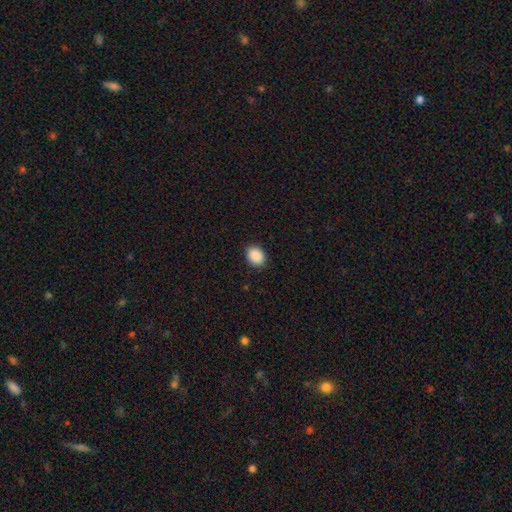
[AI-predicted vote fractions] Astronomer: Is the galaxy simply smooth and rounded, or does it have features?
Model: smooth — 90%.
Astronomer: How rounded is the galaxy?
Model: in between — 64%.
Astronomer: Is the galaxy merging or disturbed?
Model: none — 89%.